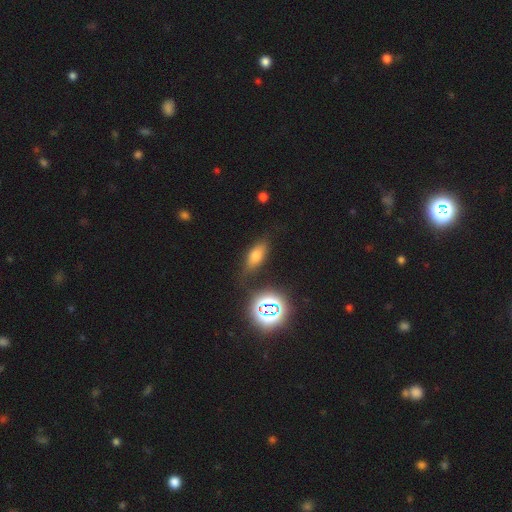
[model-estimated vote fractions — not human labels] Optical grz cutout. It shows a smooth galaxy with no disk features (62%) that is in between round and cigar-shaped (75%). Merging: none (76%).